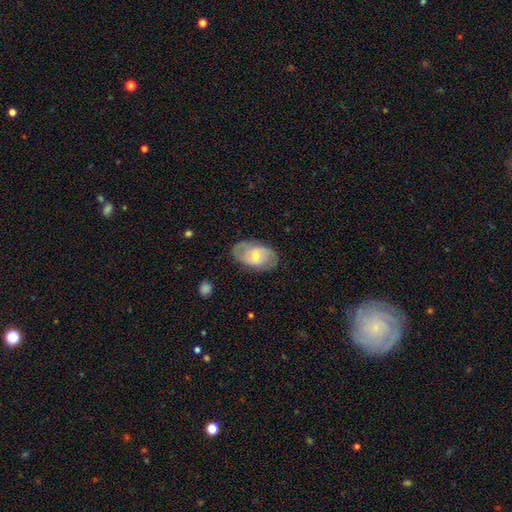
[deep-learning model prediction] The model was most divided on "smooth or featured": featured or disk: 48%, smooth: 46%, star or artifact: 6%. More confident: merging — none (76%).